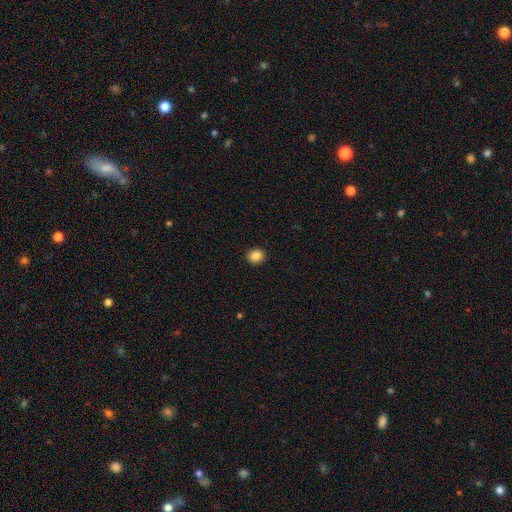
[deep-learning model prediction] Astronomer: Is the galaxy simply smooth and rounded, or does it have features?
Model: smooth — 86%.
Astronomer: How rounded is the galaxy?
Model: round — 81%.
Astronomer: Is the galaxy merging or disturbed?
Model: none — 92%.